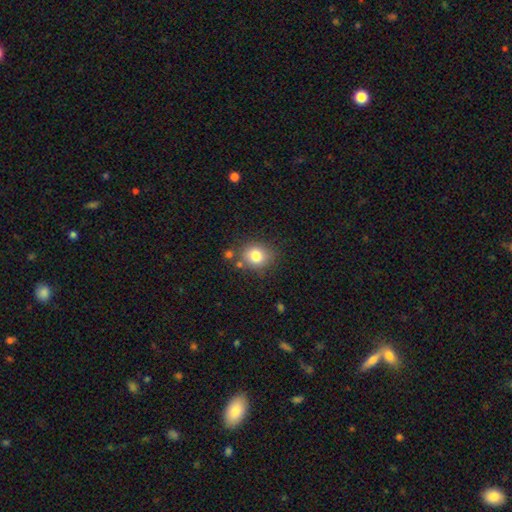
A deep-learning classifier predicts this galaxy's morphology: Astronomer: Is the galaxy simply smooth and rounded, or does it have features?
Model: smooth — 80%.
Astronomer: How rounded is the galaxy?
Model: round — 72%.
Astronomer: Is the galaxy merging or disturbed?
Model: none — 75%.